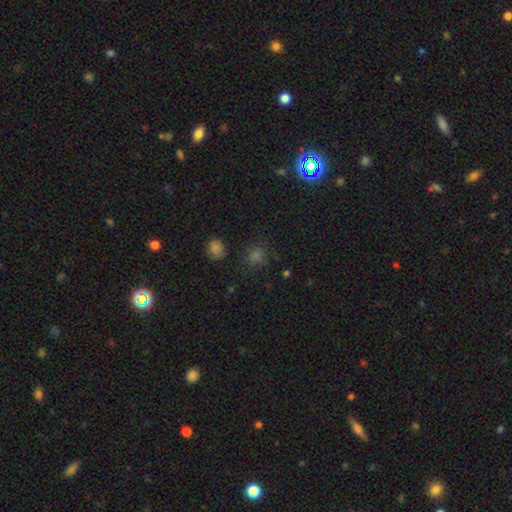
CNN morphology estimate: Smooth or featured: smooth — 53% (star or artifact — 40%)
How rounded: round — 84% (in between — 15%)
Merging: none — 81% (minor disturbance — 11%)